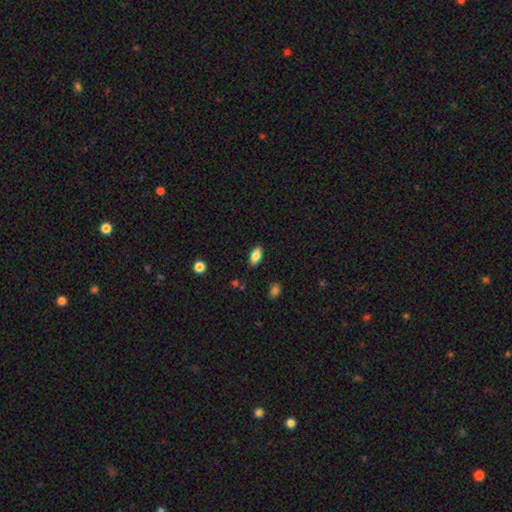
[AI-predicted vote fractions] A smooth galaxy with no disk features (84%) that is in between round and cigar-shaped (89%). Merging: none (87%).